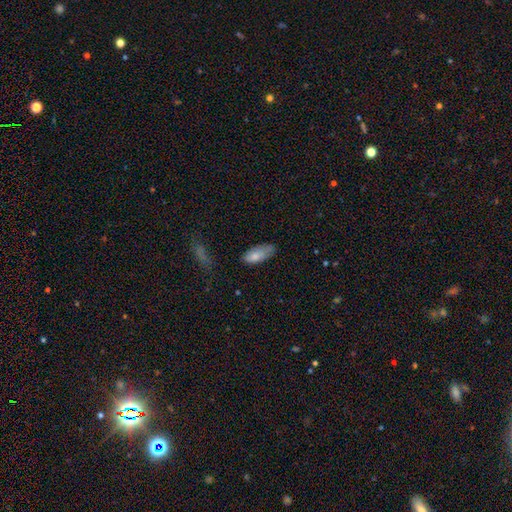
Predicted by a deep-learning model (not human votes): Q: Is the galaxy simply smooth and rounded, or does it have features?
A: smooth — 78%.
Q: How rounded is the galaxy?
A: in between — 86%.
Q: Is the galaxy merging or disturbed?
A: none — 54%.